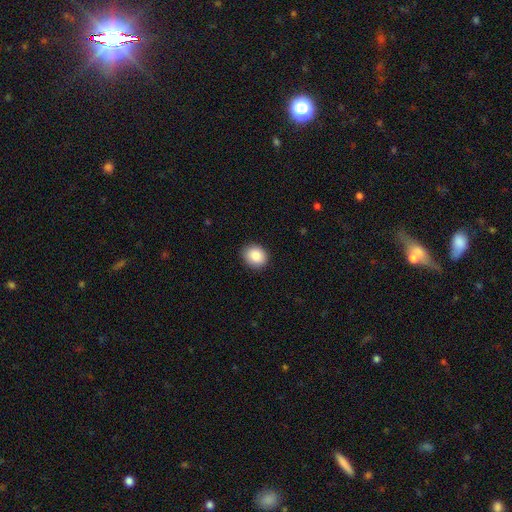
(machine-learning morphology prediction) Overall: smooth (88%). How rounded: round (64%; in between 36%). Merging: none (88%).